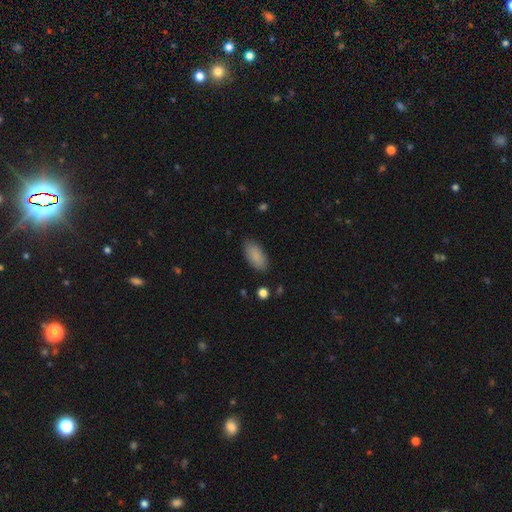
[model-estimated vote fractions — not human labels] smooth 89%, star or artifact 7%, featured or disk 5%. Down the decision tree: how rounded — in between (91%); merging — none (86%).